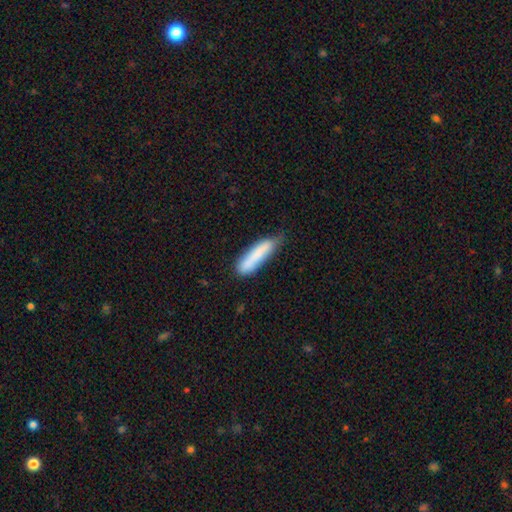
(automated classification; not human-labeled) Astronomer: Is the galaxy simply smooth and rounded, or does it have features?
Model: smooth — 80%.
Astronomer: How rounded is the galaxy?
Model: cigar-shaped — 78%.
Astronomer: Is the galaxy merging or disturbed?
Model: none — 57% (runner-up: minor disturbance, 33%).